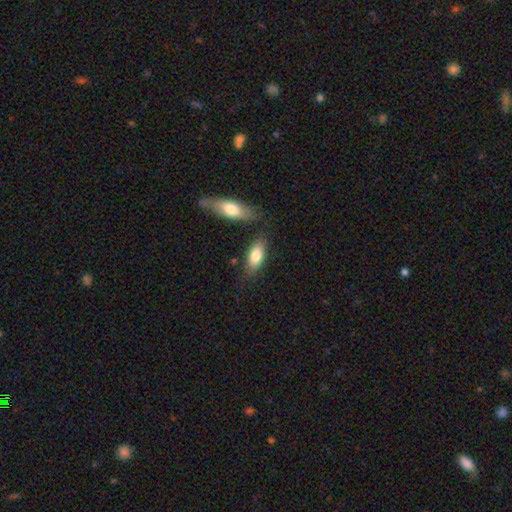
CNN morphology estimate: Overall: smooth (78%). How rounded: in between (82%). Merging: none (72%).